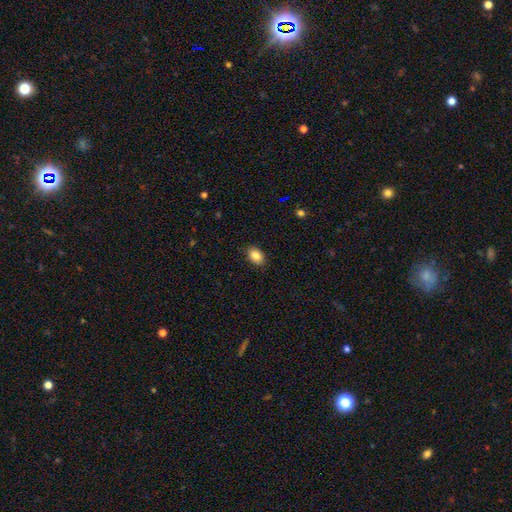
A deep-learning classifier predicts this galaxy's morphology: smooth-or-featured: smooth: 86% | star or artifact: 8% | featured or disk: 6%
  how-rounded: in between: 82% | round: 17% | cigar-shaped: 1%
  merging: none: 89% | minor disturbance: 8% | major disturbance: 2% | merger: 1%